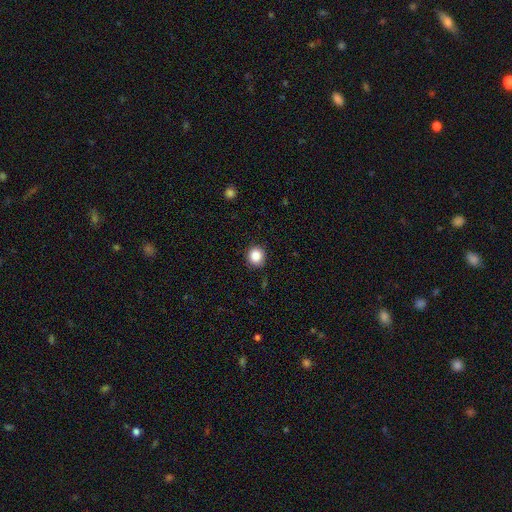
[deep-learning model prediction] smooth-or-featured: smooth: 87% | star or artifact: 10% | featured or disk: 4%
  how-rounded: round: 87% | in between: 12% | cigar-shaped: 1%
  merging: none: 88% | minor disturbance: 9% | major disturbance: 2% | merger: 1%